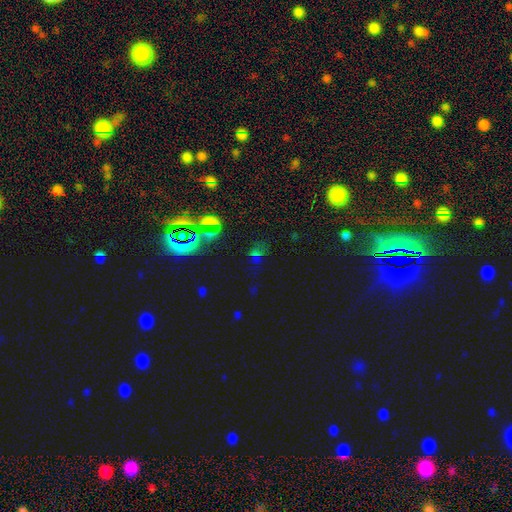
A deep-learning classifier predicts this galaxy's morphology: A star or artifact, not a galaxy (64%).

Vote fractions:
- Smooth or featured? star or artifact: 64% / smooth: 25% / featured or disk: 11%